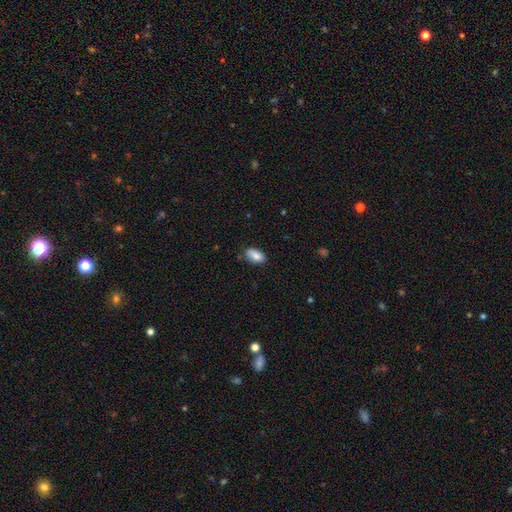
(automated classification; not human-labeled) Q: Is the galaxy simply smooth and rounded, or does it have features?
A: smooth — 85%.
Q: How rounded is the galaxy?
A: in between — 93%.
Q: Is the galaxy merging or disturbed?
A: none — 80%.